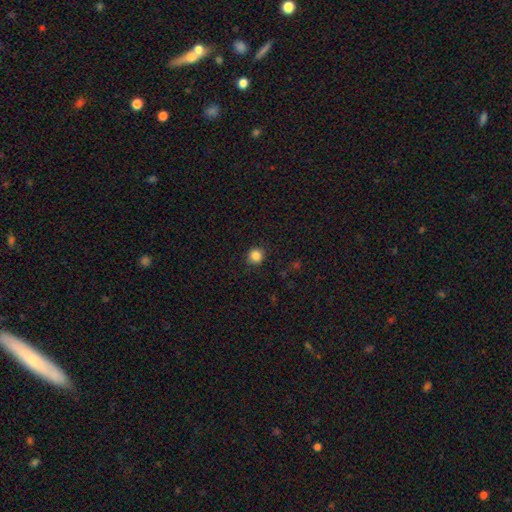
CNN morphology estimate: A smooth galaxy with no disk features (85%) that is round (91%). Merging: none (90%).